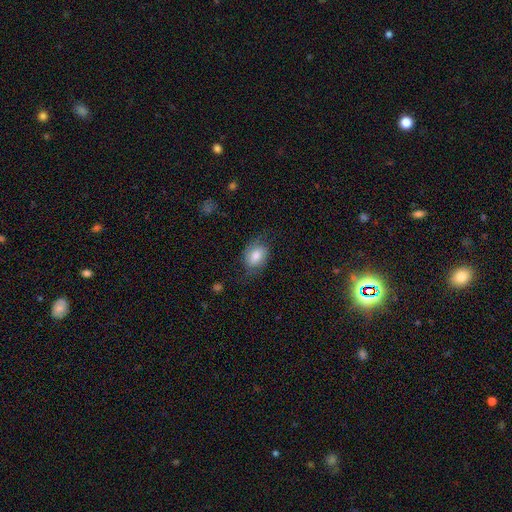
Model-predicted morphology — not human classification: Overall: smooth (59%; featured or disk 33%). How rounded: in between (79%). Merging: none (63%; minor disturbance 24%).